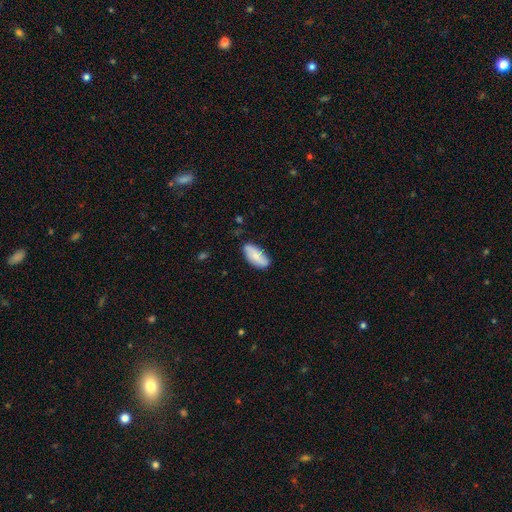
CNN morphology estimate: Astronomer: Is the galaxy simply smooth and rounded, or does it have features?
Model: smooth — 71%.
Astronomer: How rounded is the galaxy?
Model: in between — 87%.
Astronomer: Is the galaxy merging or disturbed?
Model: none — 75%.